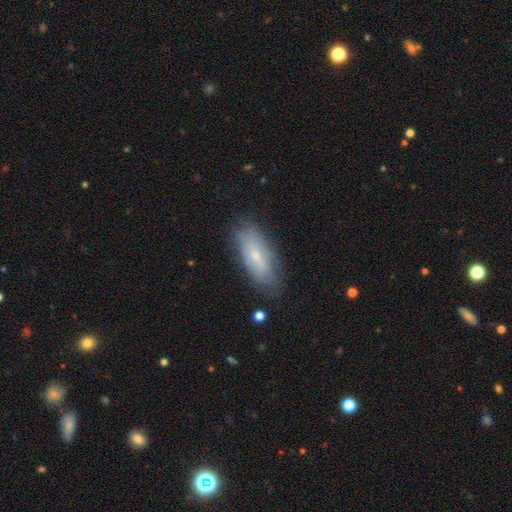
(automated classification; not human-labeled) Overall: smooth (57%; featured or disk 35%). How rounded: in between (77%). Merging: none (79%).